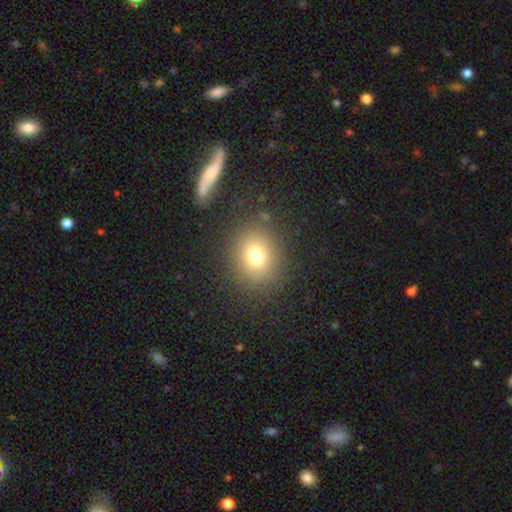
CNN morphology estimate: smooth_or_featured: smooth (p=0.74) [alt: star or artifact p=0.15]
how_rounded: round (p=0.73) [alt: in between p=0.26]
merging: none (p=0.85) [alt: minor disturbance p=0.09]